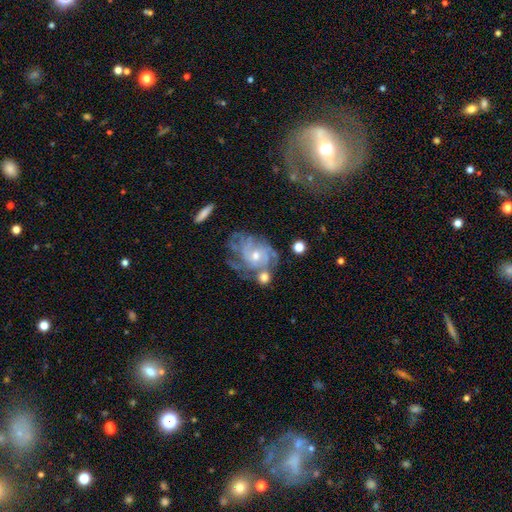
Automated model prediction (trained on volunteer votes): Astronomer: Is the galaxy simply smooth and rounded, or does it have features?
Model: featured or disk — 81%.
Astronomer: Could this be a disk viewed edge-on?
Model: no — 97%.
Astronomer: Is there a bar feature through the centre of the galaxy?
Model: no — 72%.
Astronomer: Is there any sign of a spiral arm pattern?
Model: yes — 90%.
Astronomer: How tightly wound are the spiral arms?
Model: tight — 56% (runner-up: medium, 33%).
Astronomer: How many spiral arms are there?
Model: can't tell — 43%.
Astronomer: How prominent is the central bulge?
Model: small — 51% (runner-up: moderate, 44%).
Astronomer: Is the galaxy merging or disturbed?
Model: none — 47%.